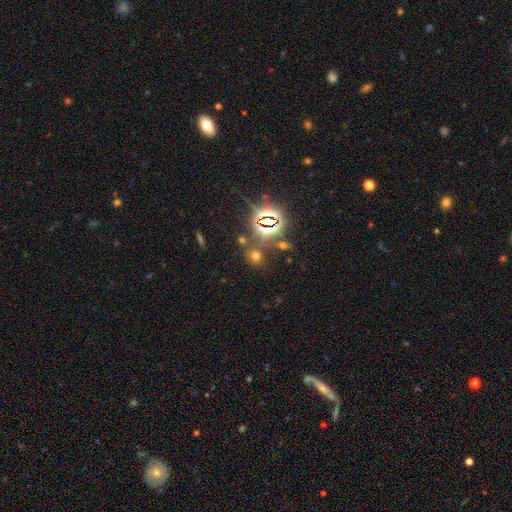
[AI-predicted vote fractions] The model was most divided on "smooth or featured": smooth: 48%, star or artifact: 43%, featured or disk: 8%. More confident: merging — none (76%).